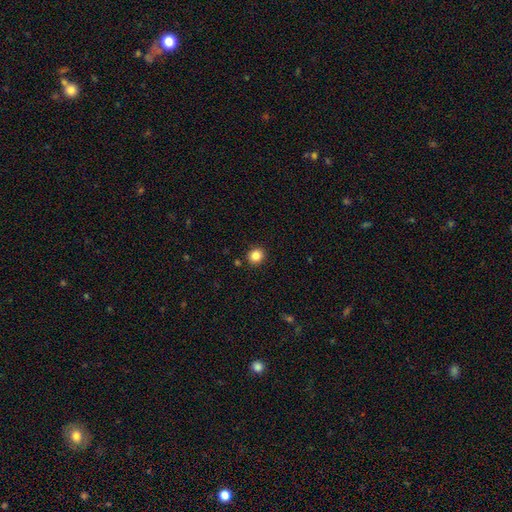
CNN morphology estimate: Smooth or featured? smooth (84%)
How rounded? round (86%)
Merging? none (90%)